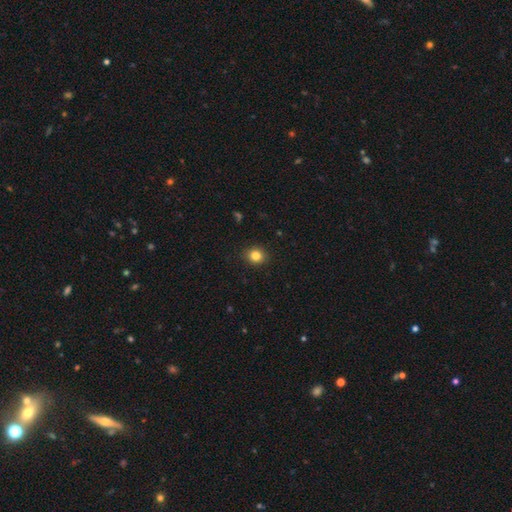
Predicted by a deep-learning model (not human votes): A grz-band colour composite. It shows a smooth galaxy with no disk features (83%) that is round (74%). Merging: none (91%).